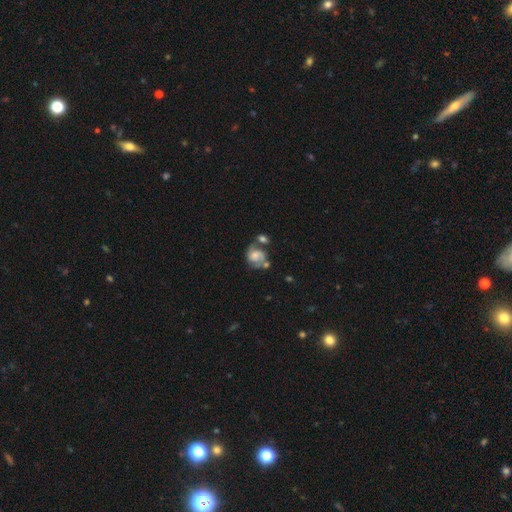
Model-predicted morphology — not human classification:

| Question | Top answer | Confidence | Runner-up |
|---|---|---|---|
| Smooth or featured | featured or disk | 59% | smooth (33%) |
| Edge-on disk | no | 98% | yes (2%) |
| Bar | no | 67% | weak (28%) |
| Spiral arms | yes | 83% | no (17%) |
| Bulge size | moderate | 43% | small (31%) |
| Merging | none | 39% | merger (27%) |